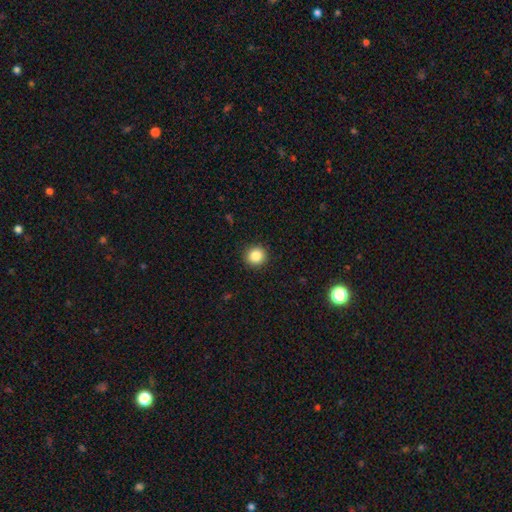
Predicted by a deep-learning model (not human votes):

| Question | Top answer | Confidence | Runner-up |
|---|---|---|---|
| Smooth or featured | smooth | 86% | star or artifact (10%) |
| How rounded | round | 93% | in between (6%) |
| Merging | none | 92% | minor disturbance (5%) |